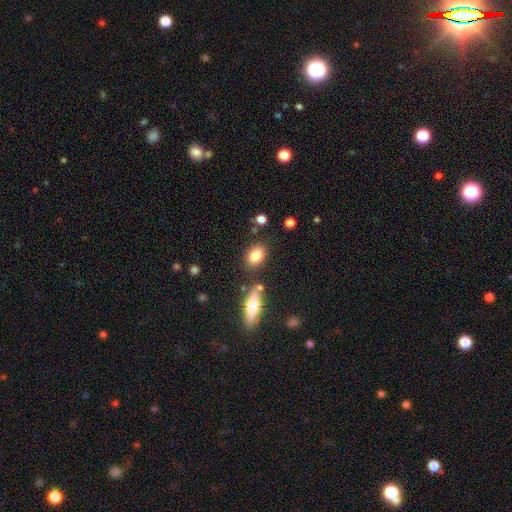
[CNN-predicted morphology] type=smooth (82%); roundness=in between (79%); merging=none (76%).